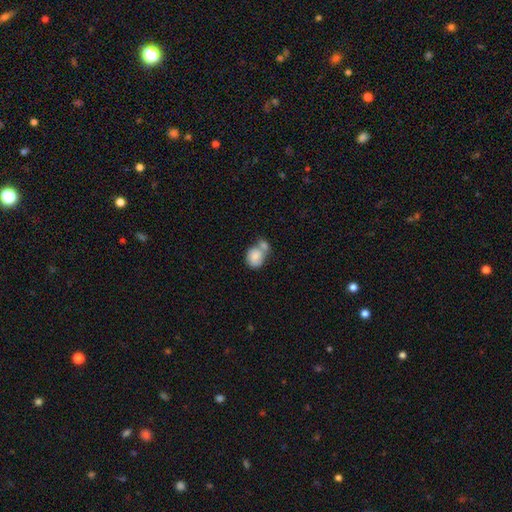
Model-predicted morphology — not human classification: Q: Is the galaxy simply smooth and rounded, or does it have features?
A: smooth — 81%.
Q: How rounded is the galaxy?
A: round — 55%.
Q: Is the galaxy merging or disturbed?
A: merger — 57%.